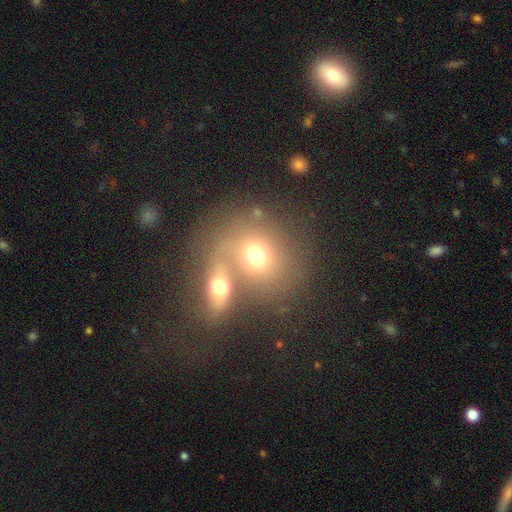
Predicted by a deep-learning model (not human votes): Overall: smooth (65%). How rounded: round (66%; in between 33%). Merging: merger (59%; none 28%).